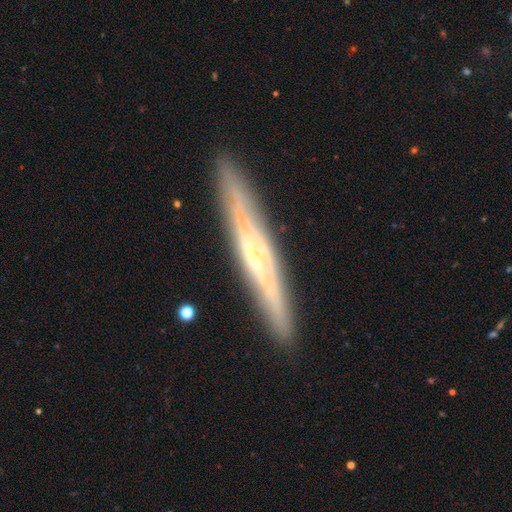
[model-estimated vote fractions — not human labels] Smooth or featured? Predicted: featured or disk (p=0.73). Edge-on disk? Predicted: yes (p=0.89). Edge-on bulge? Predicted: none (p=0.49). Merging? Predicted: none (p=0.88).